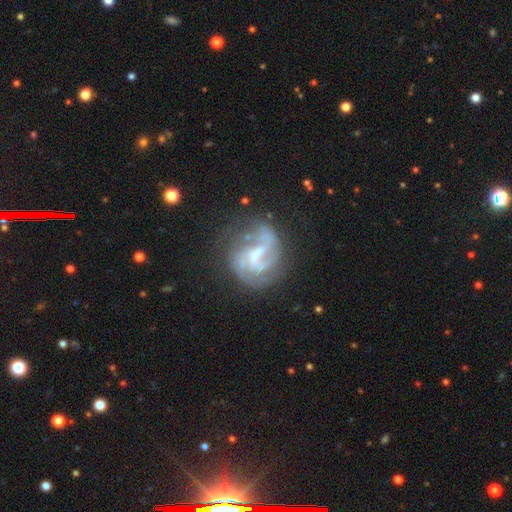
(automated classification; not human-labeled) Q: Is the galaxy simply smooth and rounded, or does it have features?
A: featured or disk — 81%.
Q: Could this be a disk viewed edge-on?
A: no — 98%.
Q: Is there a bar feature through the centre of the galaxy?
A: weak — 47%.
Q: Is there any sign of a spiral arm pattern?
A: yes — 88%.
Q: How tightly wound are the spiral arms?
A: medium — 46%.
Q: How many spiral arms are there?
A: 2 — 42%.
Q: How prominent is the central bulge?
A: none — 35%.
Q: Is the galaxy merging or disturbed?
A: none — 53%.